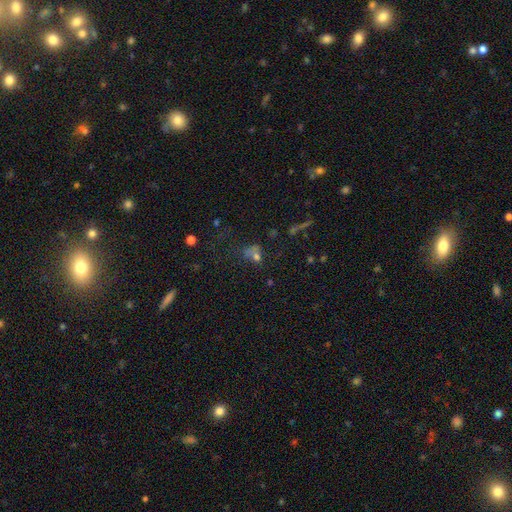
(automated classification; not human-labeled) smooth 57%, star or artifact 25%, featured or disk 18%. Down the decision tree: how rounded — round (51%); merging — none (35%).